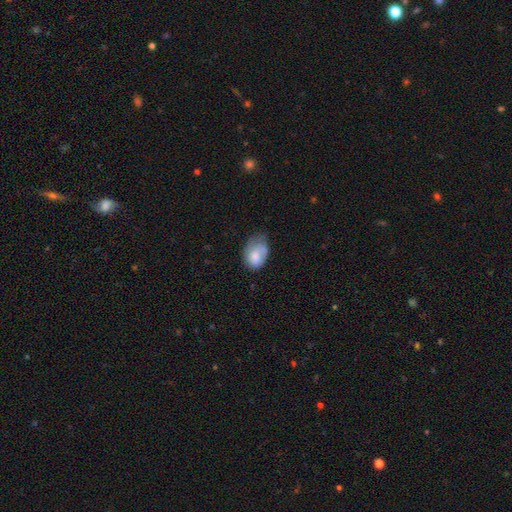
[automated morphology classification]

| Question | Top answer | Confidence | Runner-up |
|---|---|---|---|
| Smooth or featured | smooth | 72% | featured or disk (21%) |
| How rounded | in between | 81% | round (18%) |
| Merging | minor disturbance | 40% | none (33%) |